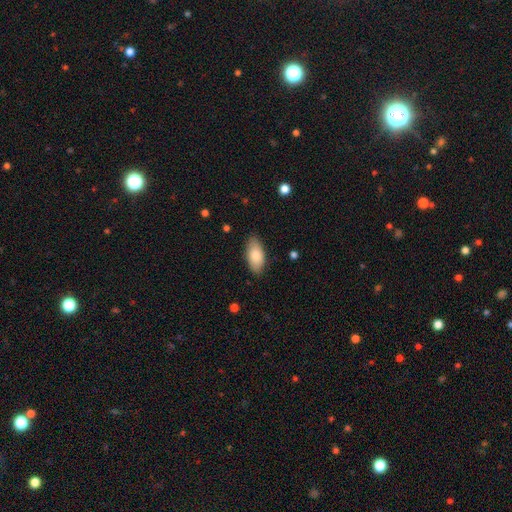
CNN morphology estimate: Smooth or featured? smooth (84%)
How rounded? in between (92%)
Merging? none (85%)